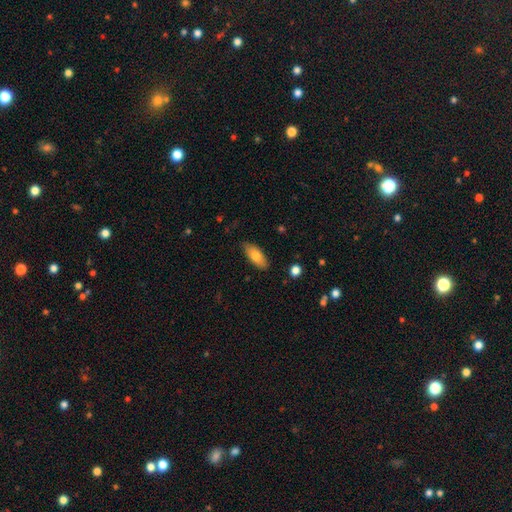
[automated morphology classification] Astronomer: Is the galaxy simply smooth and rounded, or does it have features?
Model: smooth — 77%.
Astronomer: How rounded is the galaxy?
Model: in between — 80%.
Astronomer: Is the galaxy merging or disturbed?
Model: none — 84%.